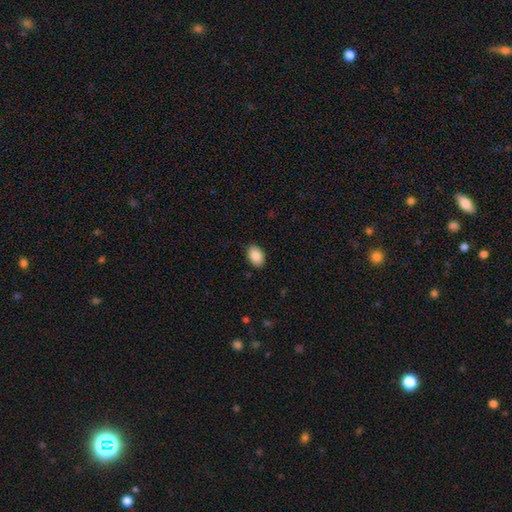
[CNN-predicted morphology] Smooth or featured: smooth — 88% (star or artifact — 7%)
How rounded: in between — 88% (round — 11%)
Merging: none — 89% (minor disturbance — 8%)